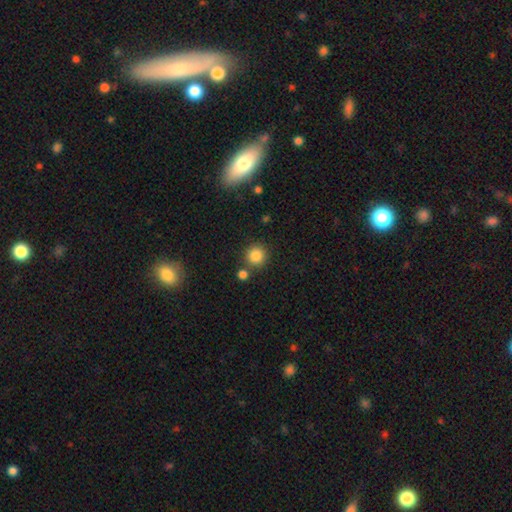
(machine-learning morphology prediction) smooth-or-featured: smooth: 85% | star or artifact: 11% | featured or disk: 5%
  how-rounded: round: 93% | in between: 6% | cigar-shaped: 1%
  merging: none: 78% | merger: 11% | minor disturbance: 8% | major disturbance: 3%